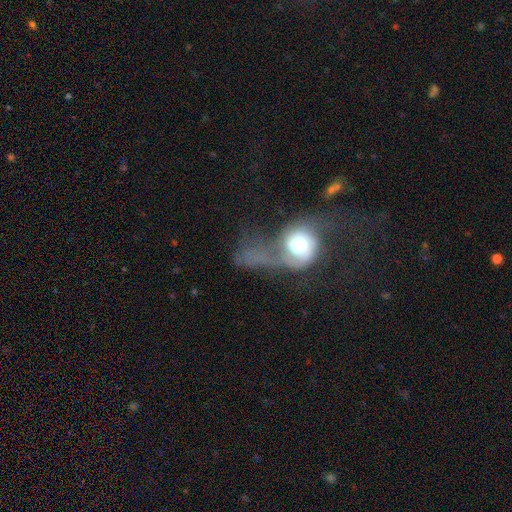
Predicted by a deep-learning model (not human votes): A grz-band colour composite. It shows a featured or disk galaxy (55%) with no bar (76%), spiral arms (65%) and a moderate central bulge (50%). Merging: major disturbance (58%).